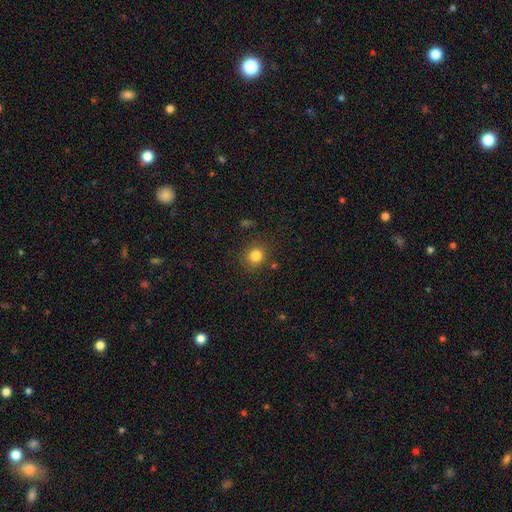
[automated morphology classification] A smooth galaxy with no disk features (83%) that is round (85%).

Vote fractions:
- Smooth or featured? smooth: 83% / star or artifact: 12% / featured or disk: 6%
- How rounded? round: 85% / in between: 14% / cigar-shaped: 1%
- Merging? none: 86% / minor disturbance: 9% / major disturbance: 3% / merger: 2%